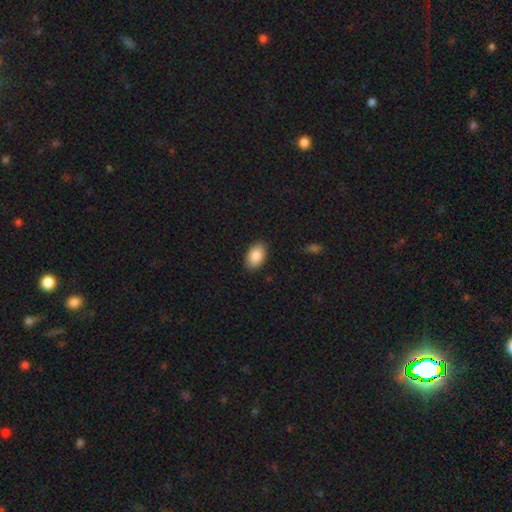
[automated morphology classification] type=smooth (87%); roundness=in between (91%); merging=none (89%).